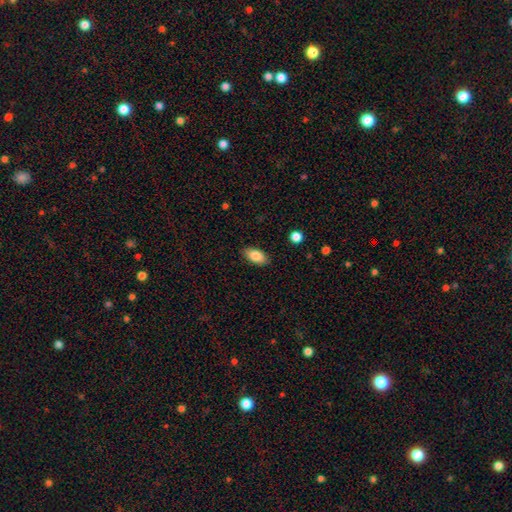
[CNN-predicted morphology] Smooth or featured: smooth — 85% (featured or disk — 8%)
How rounded: in between — 92% (cigar-shaped — 4%)
Merging: none — 87% (minor disturbance — 10%)